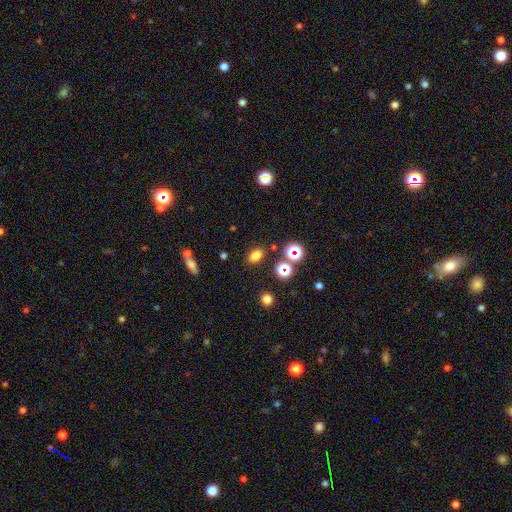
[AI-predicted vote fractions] Smooth or featured?
  - smooth: 76% *
  - star or artifact: 18%
  - featured or disk: 7%
How rounded?
  - in between: 78% *
  - round: 19%
  - cigar-shaped: 2%
Merging?
  - none: 83% *
  - minor disturbance: 9%
  - merger: 4%
  - major disturbance: 3%